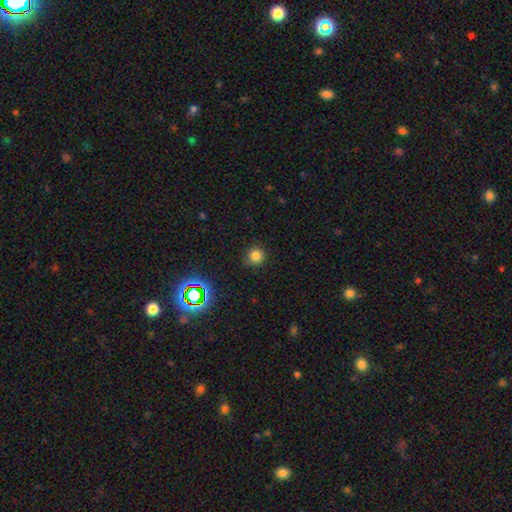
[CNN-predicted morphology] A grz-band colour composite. It shows a smooth galaxy with no disk features (77%) that is round (92%). Merging: none (83%).